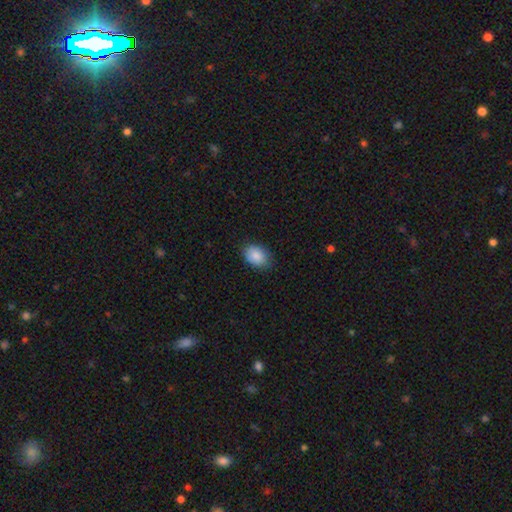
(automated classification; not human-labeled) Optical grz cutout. It shows a smooth galaxy with no disk features (87%) that is in between round and cigar-shaped (79%). Merging: none (82%).